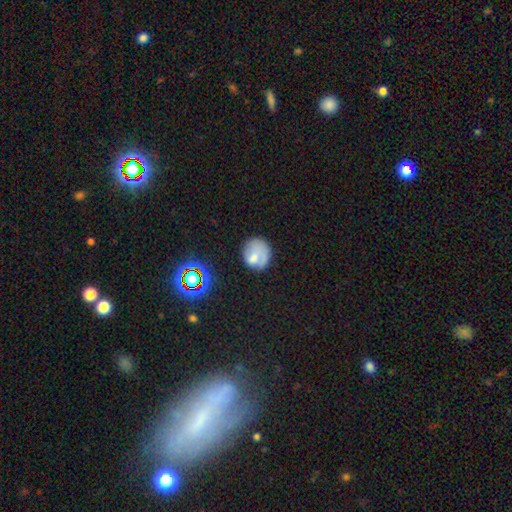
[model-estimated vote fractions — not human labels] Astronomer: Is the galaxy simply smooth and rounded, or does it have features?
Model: smooth — 65%.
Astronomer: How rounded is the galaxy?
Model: round — 76%.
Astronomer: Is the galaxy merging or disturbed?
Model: none — 60%.